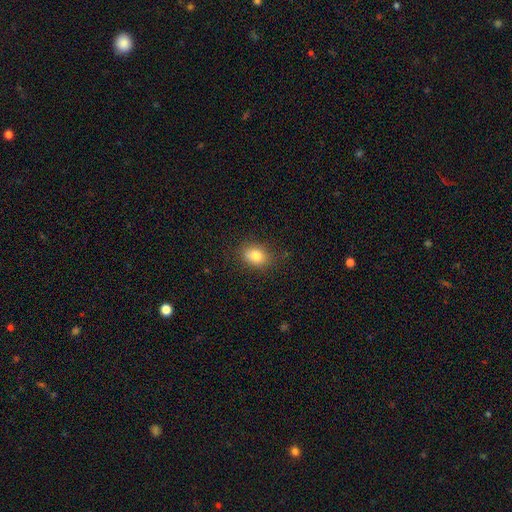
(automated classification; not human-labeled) smooth-or-featured: smooth: 81% | star or artifact: 10% | featured or disk: 9%
  how-rounded: in between: 61% | round: 37% | cigar-shaped: 1%
  merging: none: 81% | minor disturbance: 14% | major disturbance: 3% | merger: 1%